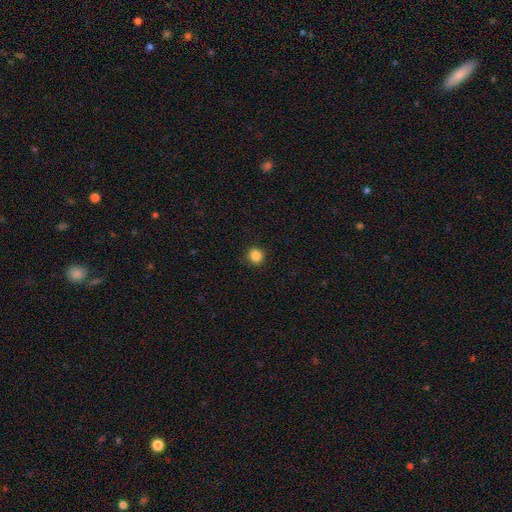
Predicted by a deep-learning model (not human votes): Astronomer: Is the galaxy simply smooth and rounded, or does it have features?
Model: smooth — 86%.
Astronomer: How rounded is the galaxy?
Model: round — 90%.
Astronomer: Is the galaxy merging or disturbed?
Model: none — 92%.